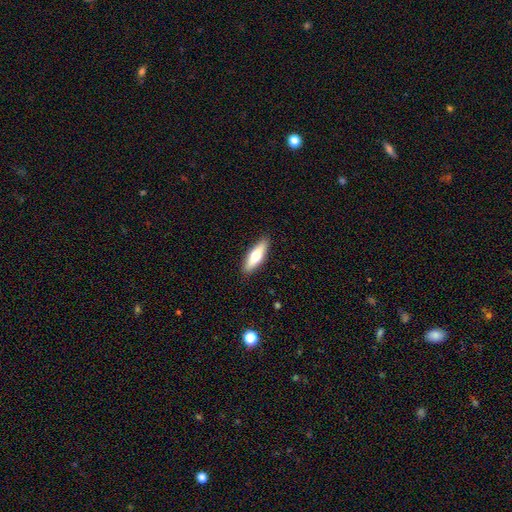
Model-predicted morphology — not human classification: A smooth galaxy with no disk features (60%) that is cigar-shaped (51%). Merging: none (90%).